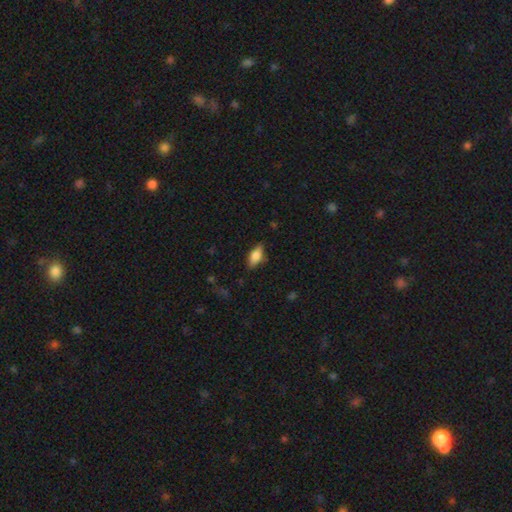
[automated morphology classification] A smooth galaxy with no disk features (73%) that is in between round and cigar-shaped (81%).

Vote fractions:
- Smooth or featured? smooth: 73% / featured or disk: 20% / star or artifact: 7%
- How rounded? in between: 81% / cigar-shaped: 16% / round: 3%
- Merging? none: 80% / minor disturbance: 16% / major disturbance: 3% / merger: 1%